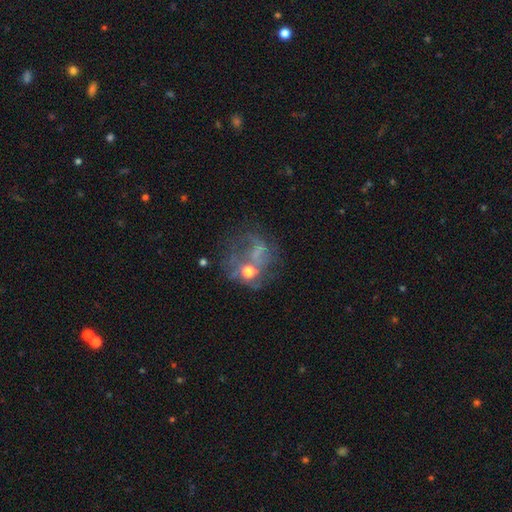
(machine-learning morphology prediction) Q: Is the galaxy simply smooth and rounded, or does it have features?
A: featured or disk — 49%.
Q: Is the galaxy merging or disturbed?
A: major disturbance — 36%.